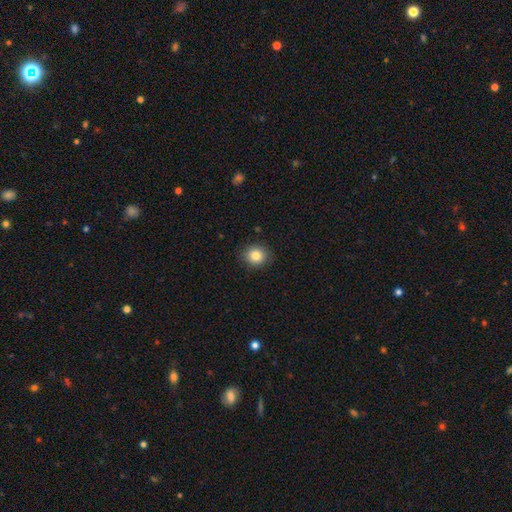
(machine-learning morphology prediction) Overall: smooth (84%). How rounded: round (84%). Merging: none (88%).